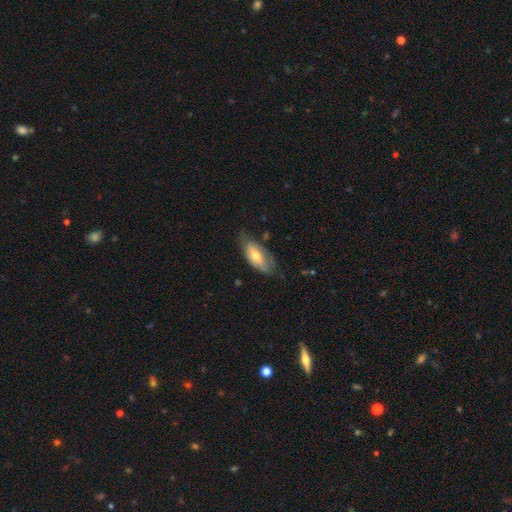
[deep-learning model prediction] Smooth or featured?
  - smooth: 57% *
  - featured or disk: 36%
  - star or artifact: 6%
How rounded?
  - in between: 86% *
  - cigar-shaped: 11%
  - round: 3%
Merging?
  - none: 59% *
  - minor disturbance: 31%
  - major disturbance: 8%
  - merger: 2%